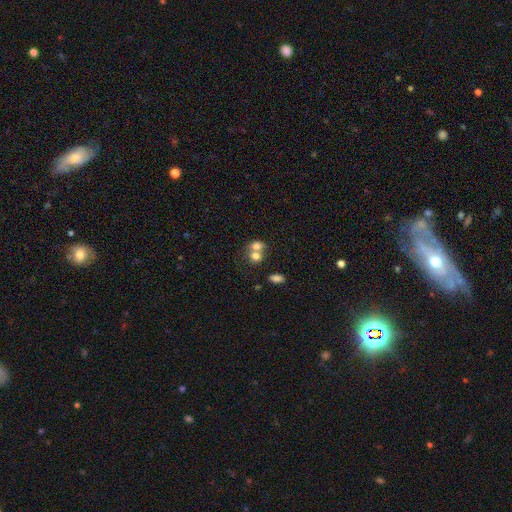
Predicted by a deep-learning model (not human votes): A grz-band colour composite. It shows a smooth galaxy with no disk features (74%) that is round (50%). Merging: merger (62%).